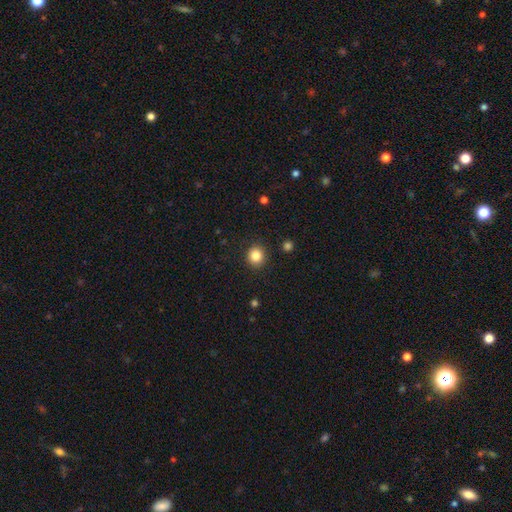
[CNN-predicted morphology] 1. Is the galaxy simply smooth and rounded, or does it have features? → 84% smooth, 11% star or artifact, 5% featured or disk.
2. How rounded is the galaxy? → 90% round, 9% in between, 1% cigar-shaped.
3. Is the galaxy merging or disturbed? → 91% none, 6% minor disturbance, 2% major disturbance, 1% merger.